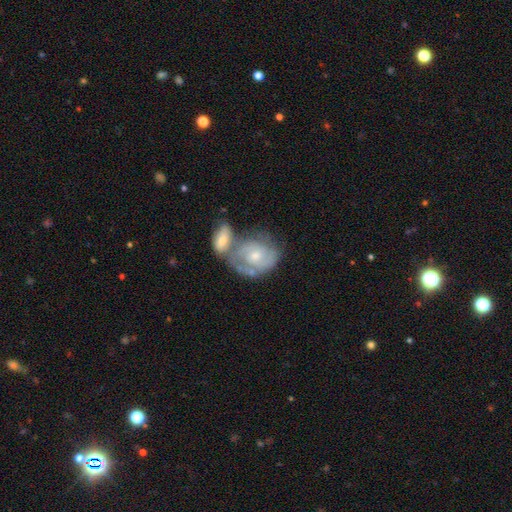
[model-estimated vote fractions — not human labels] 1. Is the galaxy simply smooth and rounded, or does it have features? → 68% featured or disk, 27% smooth, 6% star or artifact.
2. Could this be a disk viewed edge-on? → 97% no, 3% yes.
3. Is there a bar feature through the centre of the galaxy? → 77% no, 20% weak, 4% strong.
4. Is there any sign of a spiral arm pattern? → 78% yes, 22% no.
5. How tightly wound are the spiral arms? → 60% tight, 30% medium, 10% loose.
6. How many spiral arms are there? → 40% can't tell, 36% 2, 11% 3, 7% 1, 3% 4, 3% more than 4.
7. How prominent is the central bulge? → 59% small, 36% moderate, 2% none, 2% large, 1% dominant.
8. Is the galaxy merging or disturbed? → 47% merger, 30% none, 15% minor disturbance, 9% major disturbance.